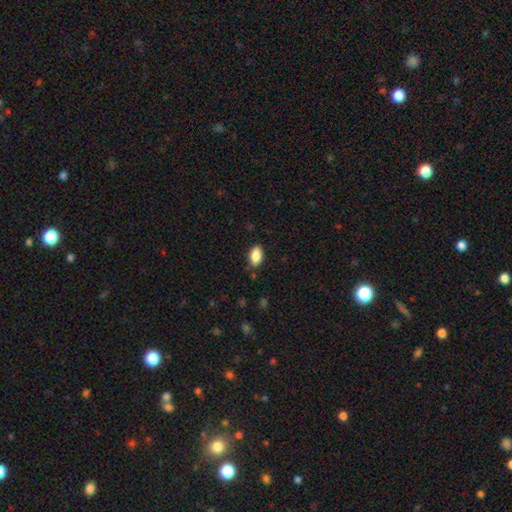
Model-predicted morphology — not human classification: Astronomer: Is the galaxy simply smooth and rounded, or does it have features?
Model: smooth — 88%.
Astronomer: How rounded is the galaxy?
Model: in between — 93%.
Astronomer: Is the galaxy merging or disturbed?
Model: none — 85%.